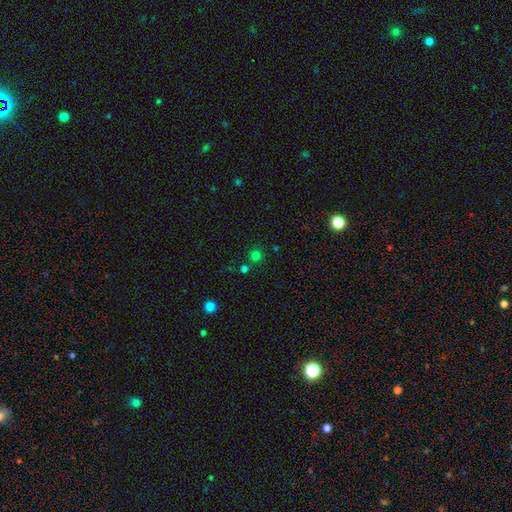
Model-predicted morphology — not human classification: smooth-or-featured: smooth: 71% | star or artifact: 23% | featured or disk: 5%
  how-rounded: round: 93% | in between: 6% | cigar-shaped: 1%
  merging: none: 80% | merger: 10% | minor disturbance: 7% | major disturbance: 3%